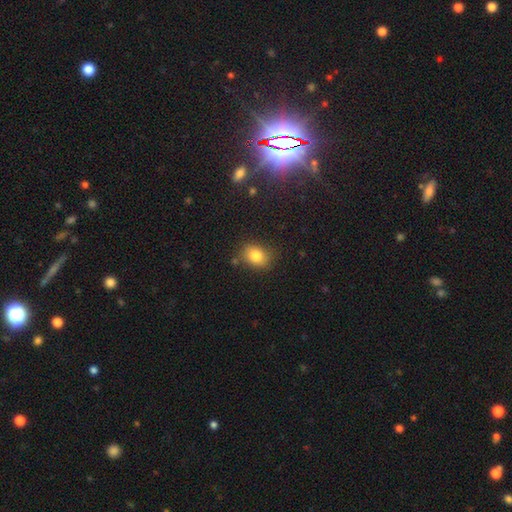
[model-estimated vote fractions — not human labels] The model was most divided on "how rounded": in between: 60%, round: 38%, cigar-shaped: 1%. More confident: smooth or featured — smooth (82%); merging — none (78%).